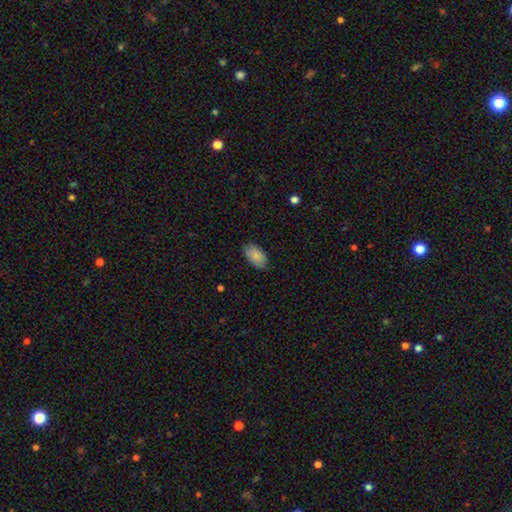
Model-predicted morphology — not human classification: smooth 85%, featured or disk 9%, star or artifact 6%. Down the decision tree: how rounded — in between (94%); merging — none (83%).